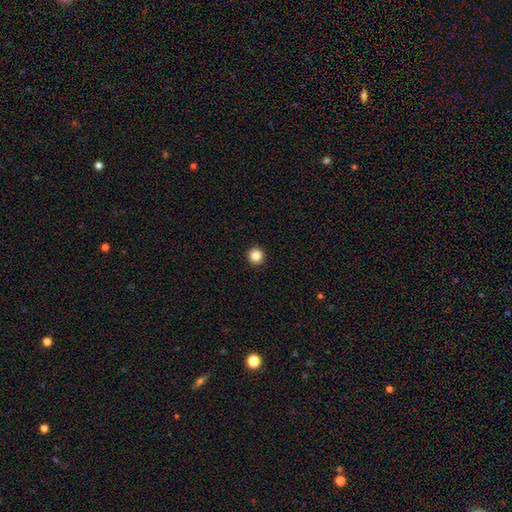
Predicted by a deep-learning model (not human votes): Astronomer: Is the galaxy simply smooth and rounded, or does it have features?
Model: smooth — 85%.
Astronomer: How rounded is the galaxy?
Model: round — 95%.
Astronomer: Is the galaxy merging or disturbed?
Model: none — 94%.